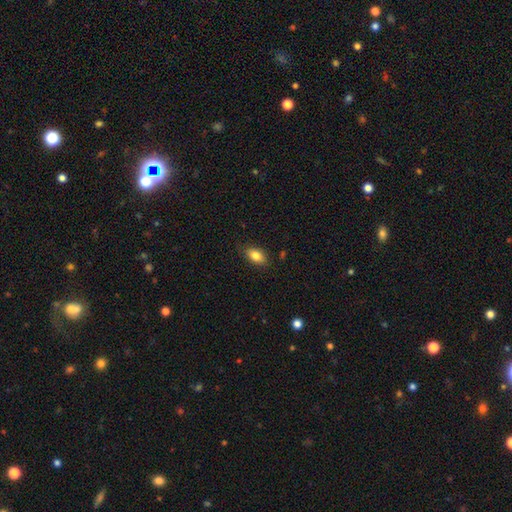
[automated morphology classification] Overall: smooth (83%). How rounded: in between (89%). Merging: none (85%).